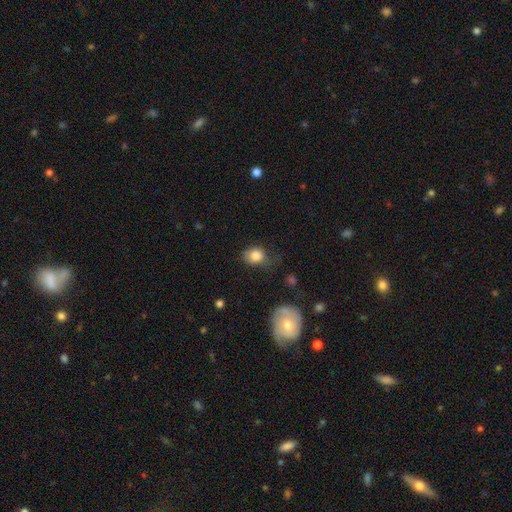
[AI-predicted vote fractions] This is clearly a smooth galaxy (83%). How rounded: possibly round (52%). Merging: possibly none (49%).